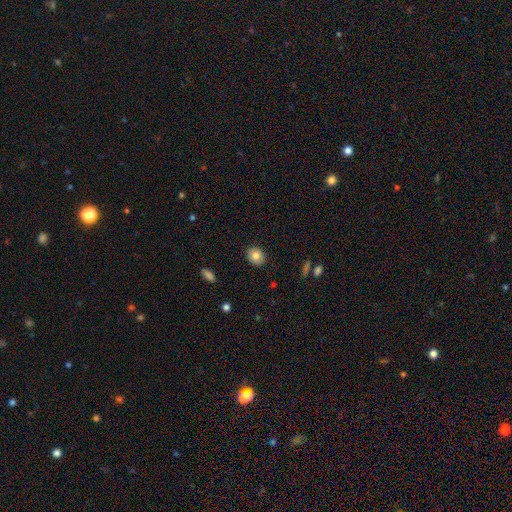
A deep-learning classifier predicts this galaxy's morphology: The model was most divided on "how rounded": round: 54%, in between: 45%, cigar-shaped: 1%. More confident: merging — none (88%); smooth or featured — smooth (80%).